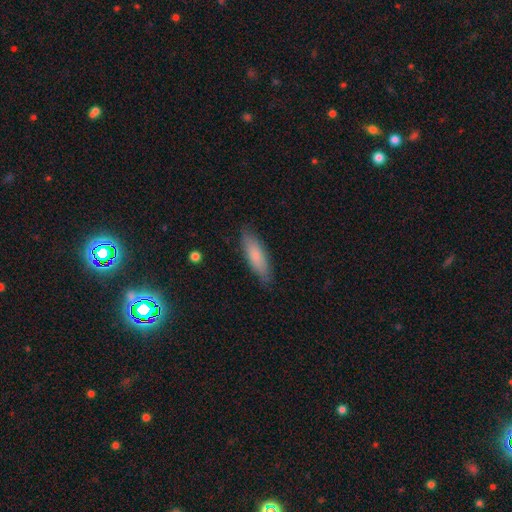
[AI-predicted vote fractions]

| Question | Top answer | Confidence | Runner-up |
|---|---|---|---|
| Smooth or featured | smooth | 76% | featured or disk (18%) |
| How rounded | cigar-shaped | 54% | in between (44%) |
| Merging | none | 84% | minor disturbance (12%) |